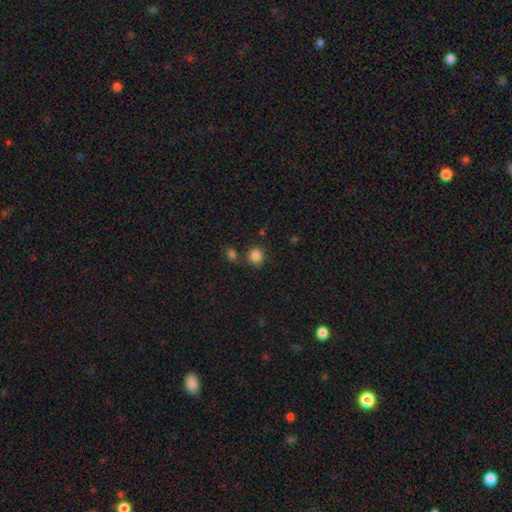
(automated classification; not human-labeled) smooth_or_featured: smooth (p=0.84) [alt: star or artifact p=0.12]
how_rounded: round (p=0.86) [alt: in between p=0.13]
merging: none (p=0.74) [alt: minor disturbance p=0.11]